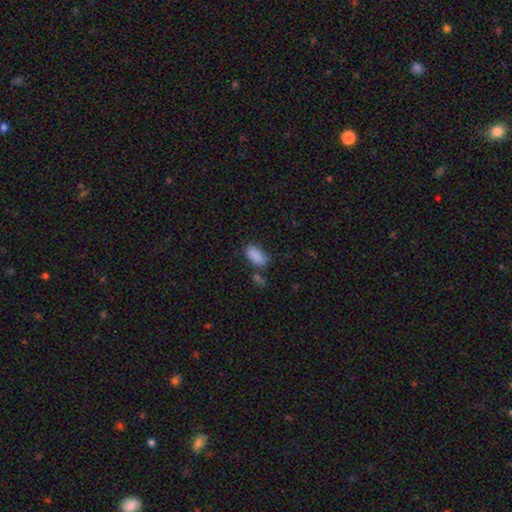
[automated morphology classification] Smooth or featured: smooth — 87% (star or artifact — 8%)
How rounded: in between — 92% (cigar-shaped — 5%)
Merging: none — 62% (minor disturbance — 21%)